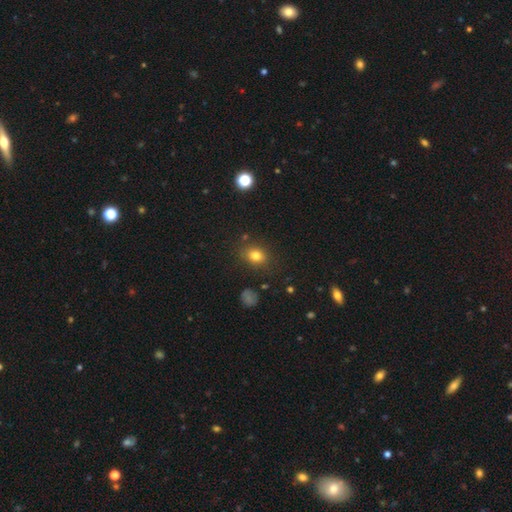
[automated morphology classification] smooth_or_featured: smooth (p=0.78) [alt: star or artifact p=0.14]
how_rounded: in between (p=0.52) [alt: round p=0.46]
merging: none (p=0.81) [alt: minor disturbance p=0.12]